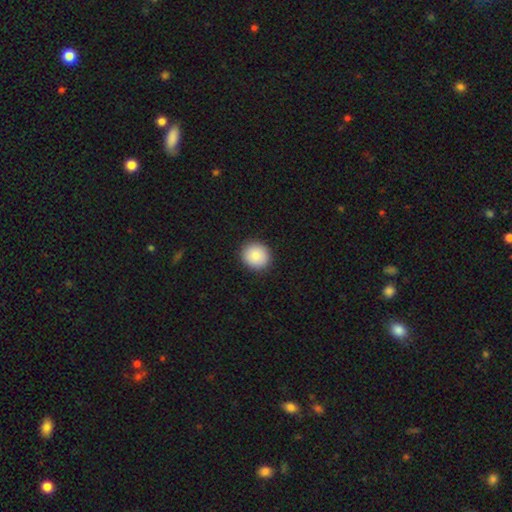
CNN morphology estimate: smooth-or-featured: smooth: 85% | star or artifact: 8% | featured or disk: 7%
  how-rounded: round: 89% | in between: 10% | cigar-shaped: 1%
  merging: none: 92% | minor disturbance: 5% | major disturbance: 2% | merger: 1%